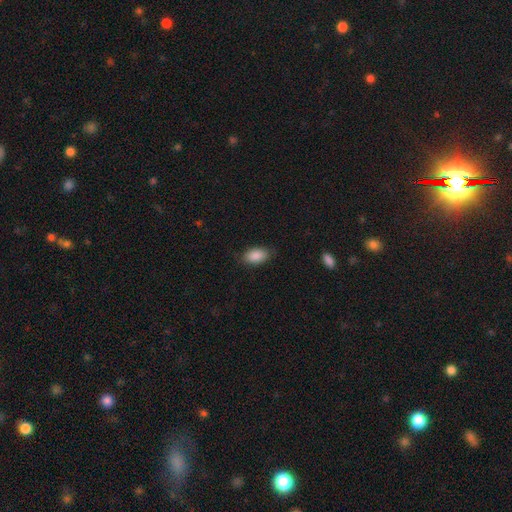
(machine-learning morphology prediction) Smooth or featured? smooth (88%)
How rounded? in between (93%)
Merging? none (83%)